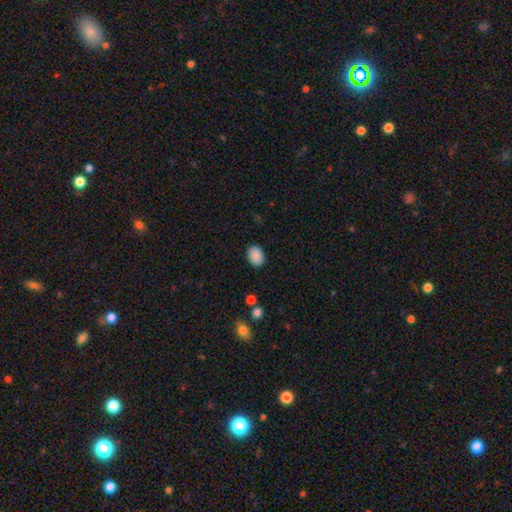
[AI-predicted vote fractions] Smooth or featured? smooth (88%)
How rounded? in between (71%)
Merging? none (87%)